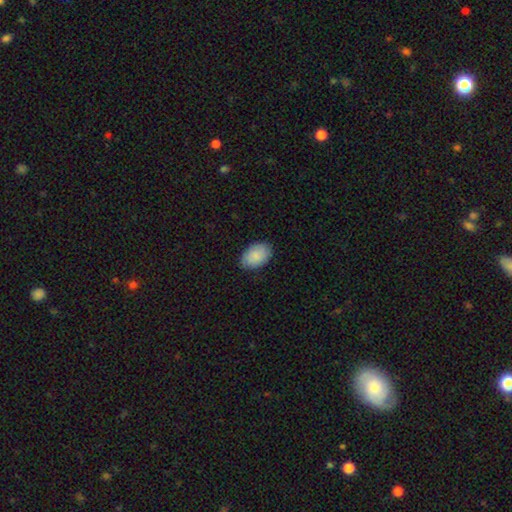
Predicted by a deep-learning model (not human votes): Smooth or featured: smooth — 87% (featured or disk — 7%)
How rounded: in between — 90% (round — 9%)
Merging: none — 85% (minor disturbance — 12%)